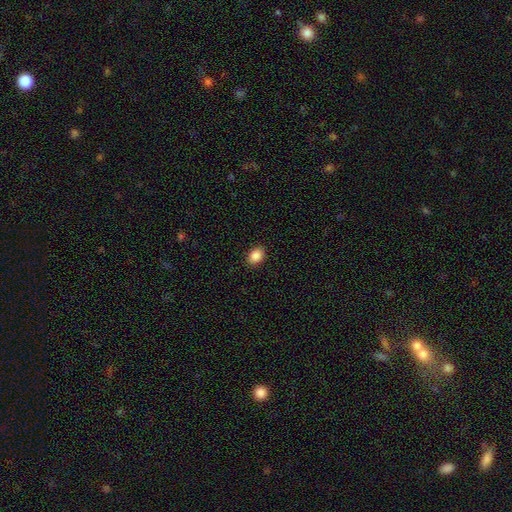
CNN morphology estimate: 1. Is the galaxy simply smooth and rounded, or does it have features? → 88% smooth, 8% star or artifact, 3% featured or disk.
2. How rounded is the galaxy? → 72% in between, 27% round, 1% cigar-shaped.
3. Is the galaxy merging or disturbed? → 90% none, 7% minor disturbance, 2% major disturbance, 1% merger.